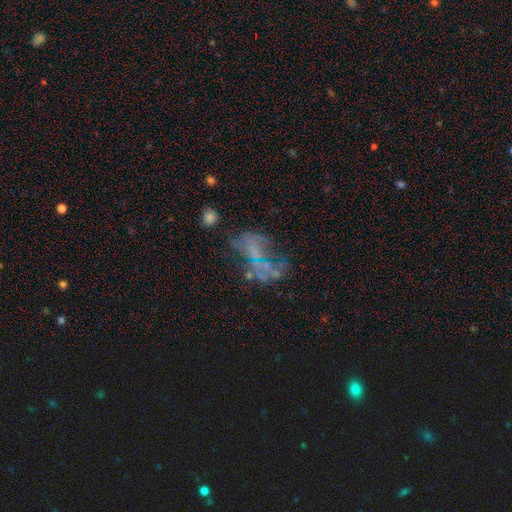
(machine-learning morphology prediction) Q: Smooth or featured?
A: featured or disk (57%); runner-up: star or artifact (22%)
Q: Edge-on disk?
A: no (97%); runner-up: yes (3%)
Q: Bar?
A: no (84%); runner-up: weak (12%)
Q: Spiral arms?
A: no (81%); runner-up: yes (19%)
Q: Bulge size?
A: none (72%); runner-up: small (17%)
Q: Merging?
A: none (35%); runner-up: major disturbance (34%)